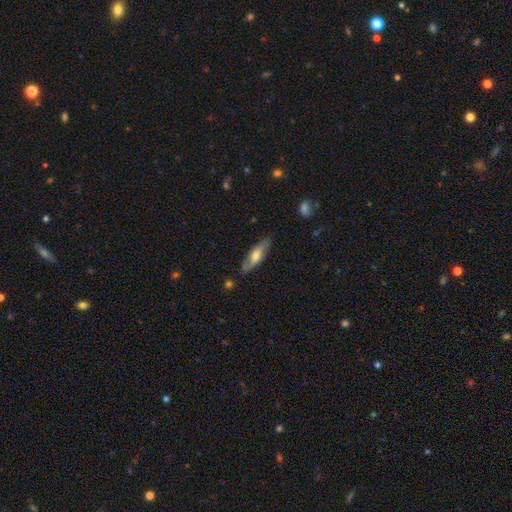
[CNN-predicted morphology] Smooth or featured: smooth — 48% (featured or disk — 46%)
Merging: none — 80% (minor disturbance — 15%)